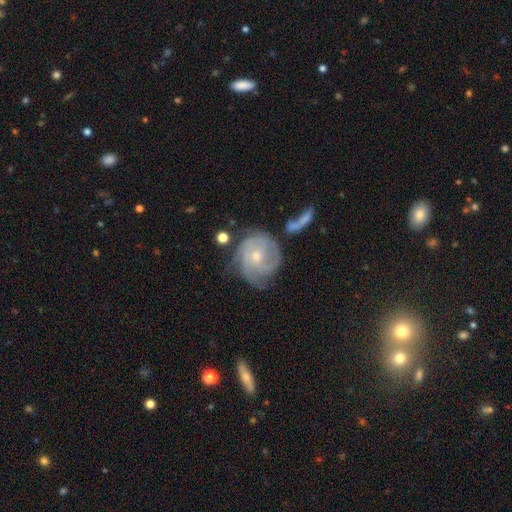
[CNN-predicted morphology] A featured or disk galaxy (81%) with no bar (71%), 3 (30%) tight (65%) spiral arms (94%) and a small central bulge (57%).

Vote fractions:
- Smooth or featured? featured or disk: 81% / smooth: 12% / star or artifact: 6%
- Edge-on disk? no: 97% / yes: 3%
- Bar? no: 71% / weak: 25% / strong: 4%
- Spiral arms? yes: 94% / no: 6%
- Spiral winding? tight: 65% / medium: 28% / loose: 8%
- Spiral arm count? 3: 30% / can't tell: 28% / 2: 17% / 4: 14% / 1: 5% / more than 4: 5%
- Bulge size? small: 57% / moderate: 39% / none: 2% / large: 1% / dominant: 1%
- Merging? none: 59% / minor disturbance: 22% / major disturbance: 11% / merger: 7%